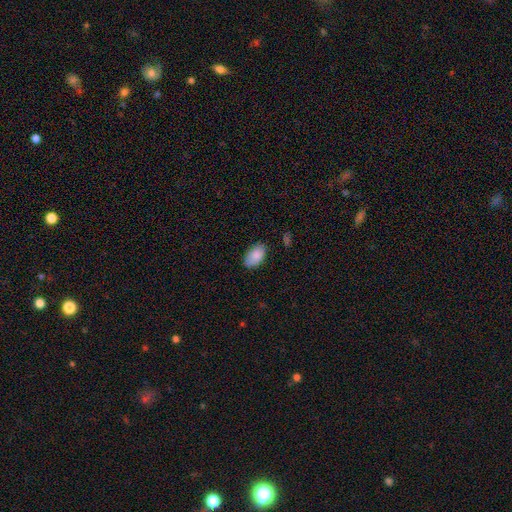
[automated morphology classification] Smooth or featured: smooth — 86% (featured or disk — 7%)
How rounded: in between — 94% (round — 5%)
Merging: none — 79% (minor disturbance — 17%)